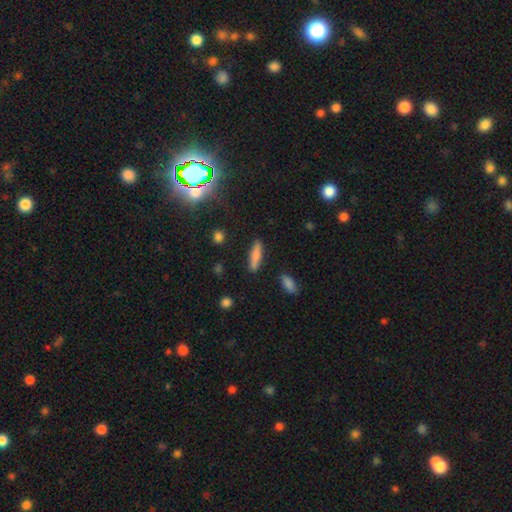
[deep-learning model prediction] A smooth galaxy with no disk features (73%) that is cigar-shaped (75%).

Vote fractions:
- Smooth or featured? smooth: 73% / featured or disk: 19% / star or artifact: 8%
- How rounded? cigar-shaped: 75% / in between: 23% / round: 2%
- Merging? none: 86% / minor disturbance: 9% / merger: 3% / major disturbance: 2%